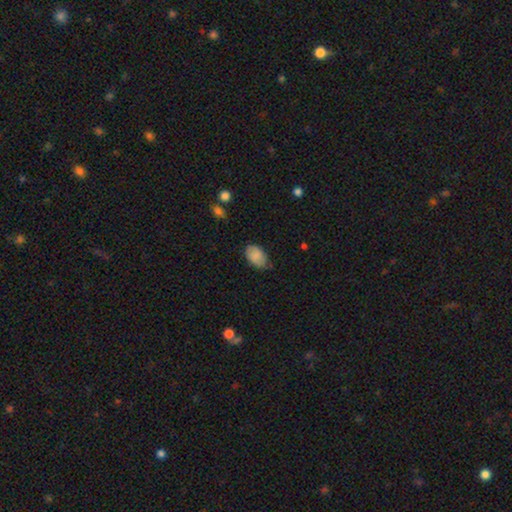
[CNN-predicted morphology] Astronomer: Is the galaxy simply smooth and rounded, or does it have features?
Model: smooth — 83%.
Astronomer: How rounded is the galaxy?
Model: in between — 88%.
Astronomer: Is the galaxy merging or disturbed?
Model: none — 65%.